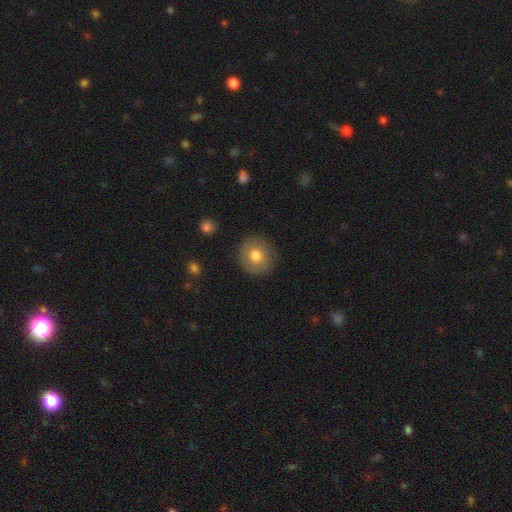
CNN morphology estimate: smooth 72%, featured or disk 20%, star or artifact 8%. Down the decision tree: how rounded — round (92%); merging — none (87%).